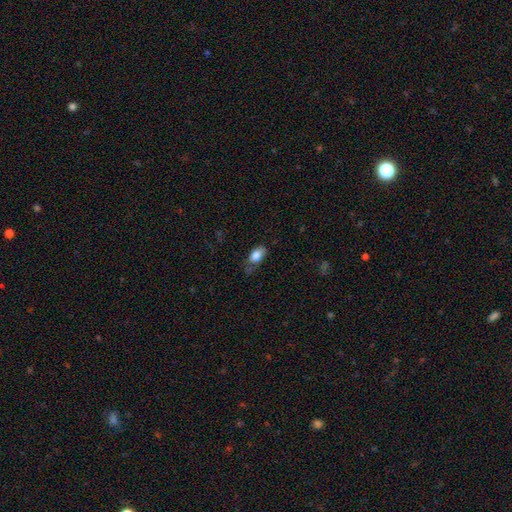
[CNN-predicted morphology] Smooth or featured?
  - smooth: 81% *
  - featured or disk: 12%
  - star or artifact: 8%
How rounded?
  - in between: 89% *
  - round: 7%
  - cigar-shaped: 4%
Merging?
  - none: 51% *
  - minor disturbance: 34%
  - major disturbance: 12%
  - merger: 3%